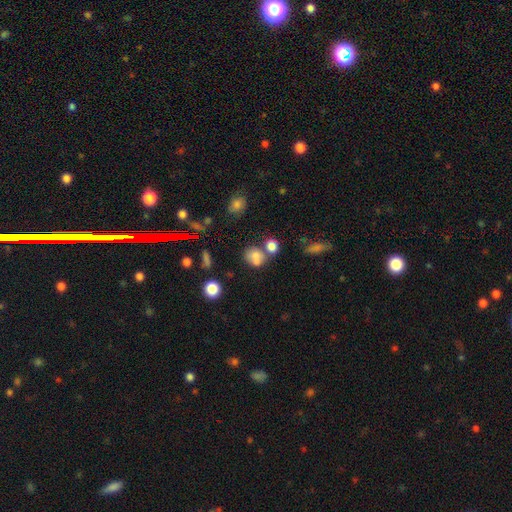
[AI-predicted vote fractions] Overall: smooth (70%). How rounded: round (61%; in between 38%). Merging: none (41%; merger 39%).